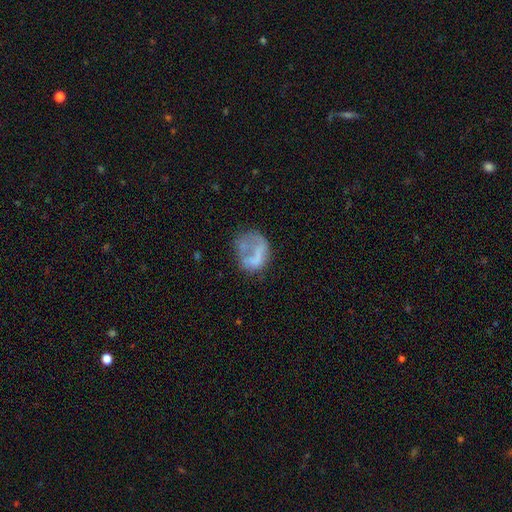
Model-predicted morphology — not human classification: type=smooth (49%); merging=none (36%).